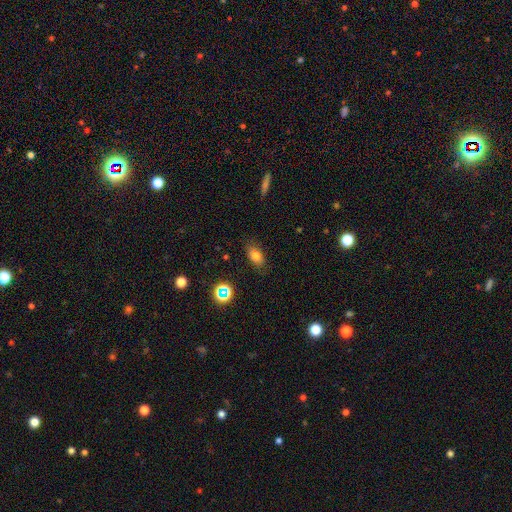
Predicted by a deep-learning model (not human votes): Morphology: type=smooth (76%); roundness=in between (87%); merging=none (81%).